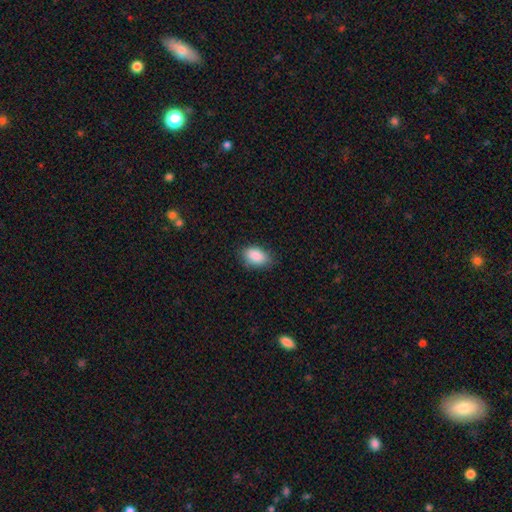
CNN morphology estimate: This is clearly a smooth galaxy (89%). How rounded: clearly in between (90%). Merging: likely none (79%).